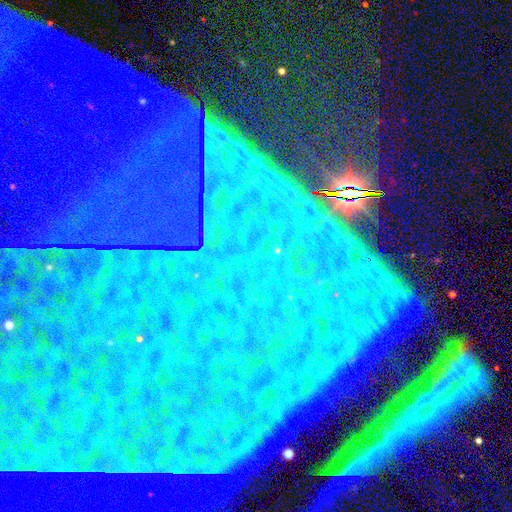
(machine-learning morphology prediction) Smooth or featured? star or artifact (86%)